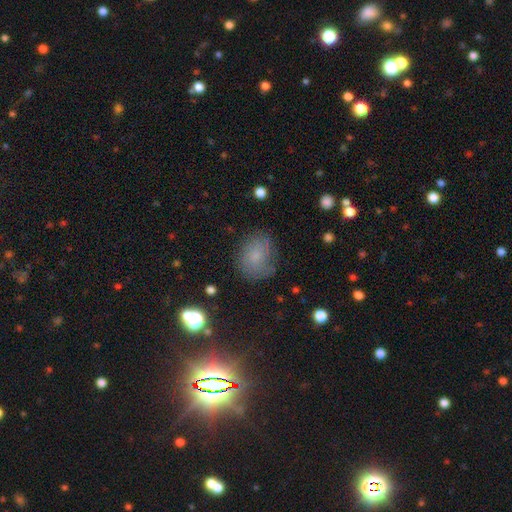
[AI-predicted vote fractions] Smooth or featured? smooth (62%)
How rounded? round (54%)
Merging? none (67%)